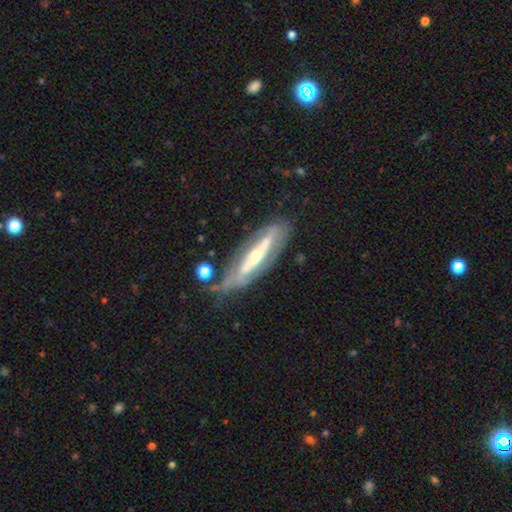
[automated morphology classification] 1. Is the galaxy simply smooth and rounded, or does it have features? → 76% featured or disk, 18% smooth, 6% star or artifact.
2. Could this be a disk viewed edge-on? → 65% no, 35% yes.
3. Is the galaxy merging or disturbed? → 63% none, 22% minor disturbance, 11% major disturbance, 4% merger.